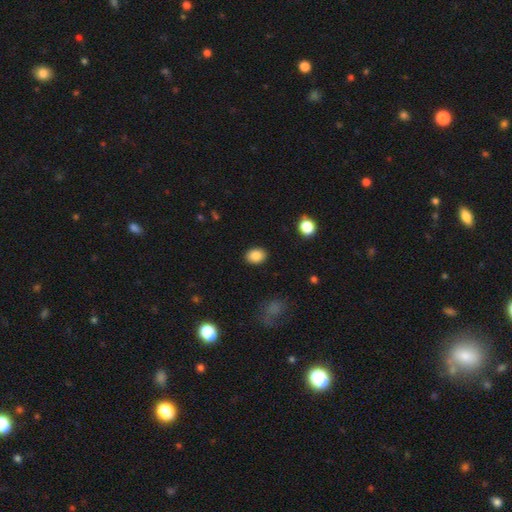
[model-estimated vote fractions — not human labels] The model was most divided on "how rounded": in between: 64%, round: 35%, cigar-shaped: 1%. More confident: merging — none (90%); smooth or featured — smooth (87%).